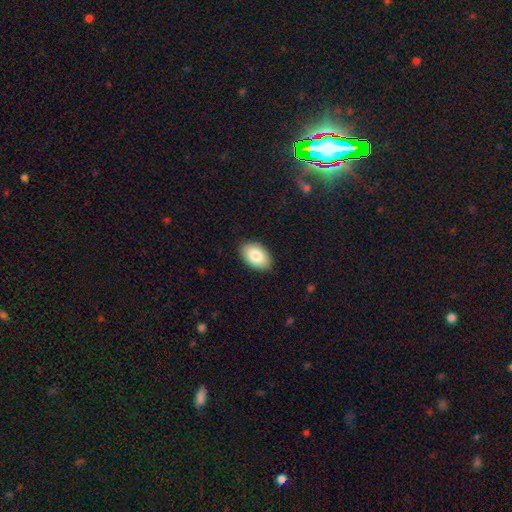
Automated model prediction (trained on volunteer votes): Overall: smooth (84%). How rounded: in between (92%). Merging: none (88%).